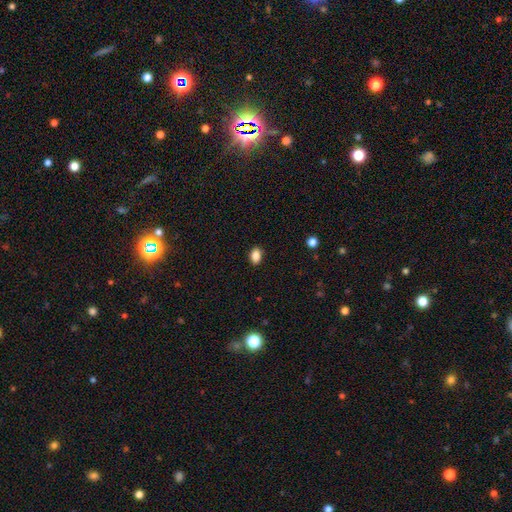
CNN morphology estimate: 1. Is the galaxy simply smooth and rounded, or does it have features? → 86% smooth, 9% star or artifact, 5% featured or disk.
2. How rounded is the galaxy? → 81% in between, 17% round, 2% cigar-shaped.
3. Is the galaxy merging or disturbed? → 89% none, 8% minor disturbance, 2% major disturbance, 1% merger.